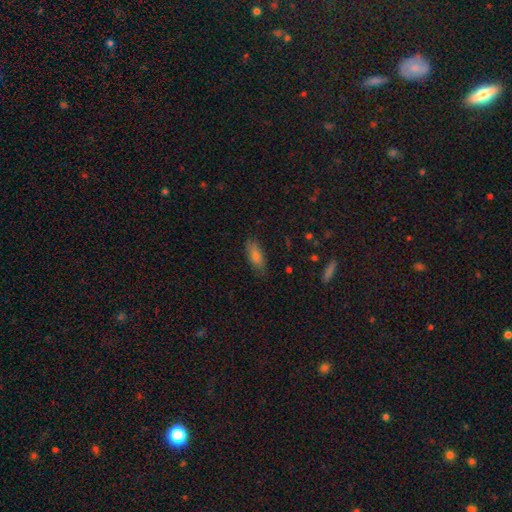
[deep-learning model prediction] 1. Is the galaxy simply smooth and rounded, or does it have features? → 72% smooth, 18% featured or disk, 10% star or artifact.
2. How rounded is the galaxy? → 67% in between, 30% cigar-shaped, 3% round.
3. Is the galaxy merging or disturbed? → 81% none, 15% minor disturbance, 3% major disturbance, 1% merger.